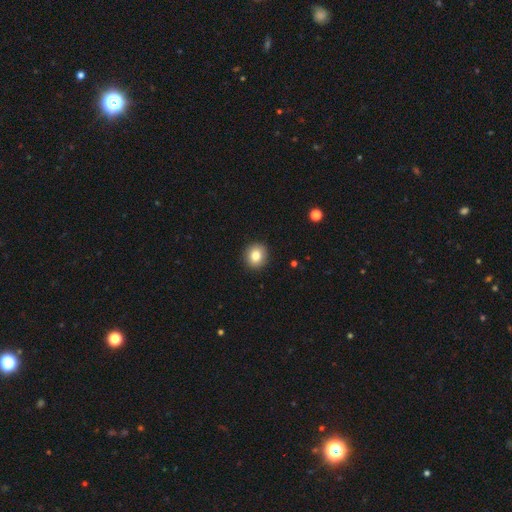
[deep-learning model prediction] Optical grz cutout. It shows a smooth galaxy with no disk features (83%) that is round (86%). Merging: none (91%).